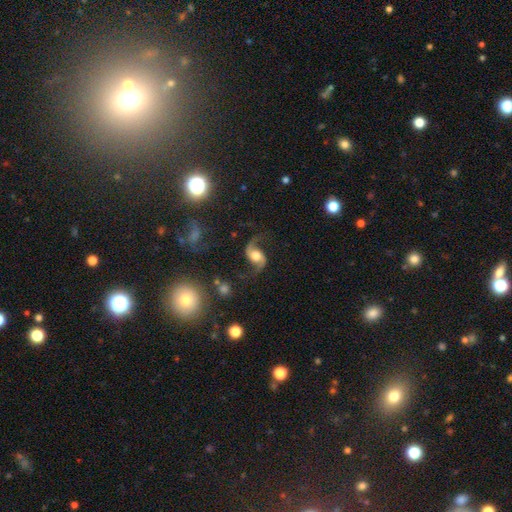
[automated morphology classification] Q: Smooth or featured?
A: featured or disk (85%); runner-up: smooth (8%)
Q: Edge-on disk?
A: no (97%); runner-up: yes (3%)
Q: Bar?
A: no (57%); runner-up: weak (31%)
Q: Spiral arms?
A: yes (96%); runner-up: no (4%)
Q: Spiral winding?
A: loose (79%); runner-up: medium (17%)
Q: Spiral arm count?
A: 2 (94%); runner-up: 1 (2%)
Q: Bulge size?
A: moderate (53%); runner-up: large (31%)
Q: Merging?
A: none (74%); runner-up: minor disturbance (14%)